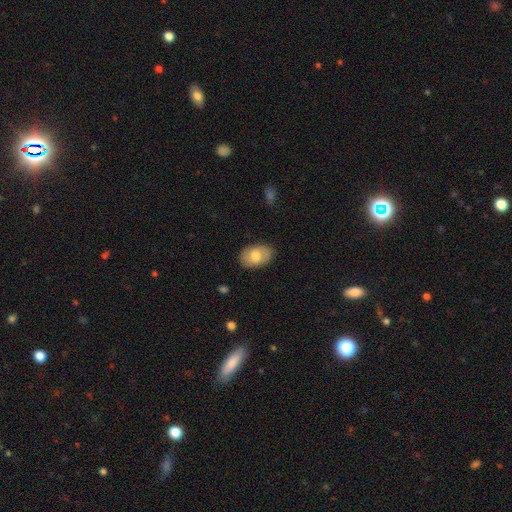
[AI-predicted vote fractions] Morphology: type=smooth (70%); roundness=in between (86%); merging=none (83%).